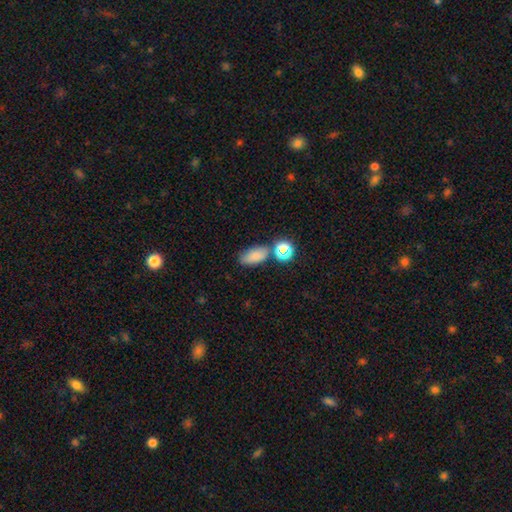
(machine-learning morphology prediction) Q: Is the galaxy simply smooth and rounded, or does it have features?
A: smooth — 78%.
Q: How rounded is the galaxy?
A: in between — 85%.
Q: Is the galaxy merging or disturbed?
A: none — 67%.